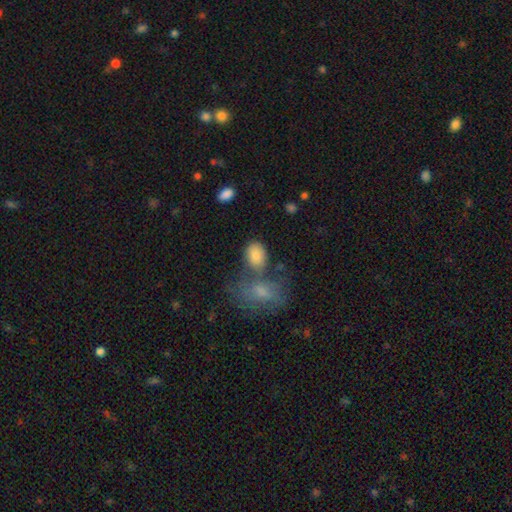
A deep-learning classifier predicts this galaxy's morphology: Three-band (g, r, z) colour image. It shows a smooth galaxy with no disk features (83%) that is in between round and cigar-shaped (81%). Merging: none (46%).